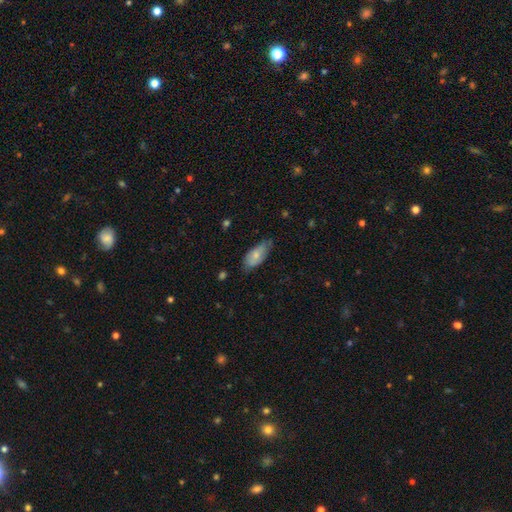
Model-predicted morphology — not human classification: A smooth galaxy with no disk features (71%) that is in between round and cigar-shaped (88%).

Vote fractions:
- Smooth or featured? smooth: 71% / featured or disk: 23% / star or artifact: 6%
- How rounded? in between: 88% / cigar-shaped: 9% / round: 2%
- Merging? none: 59% / minor disturbance: 33% / major disturbance: 6% / merger: 2%